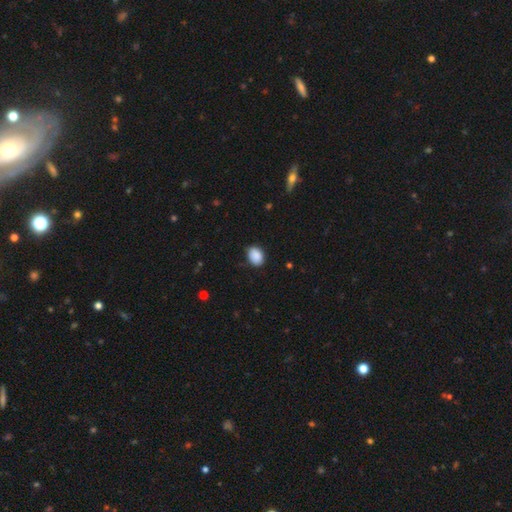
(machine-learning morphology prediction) smooth-or-featured: smooth: 90% | star or artifact: 7% | featured or disk: 3%
  how-rounded: in between: 78% | round: 21% | cigar-shaped: 1%
  merging: none: 82% | minor disturbance: 14% | major disturbance: 3% | merger: 1%